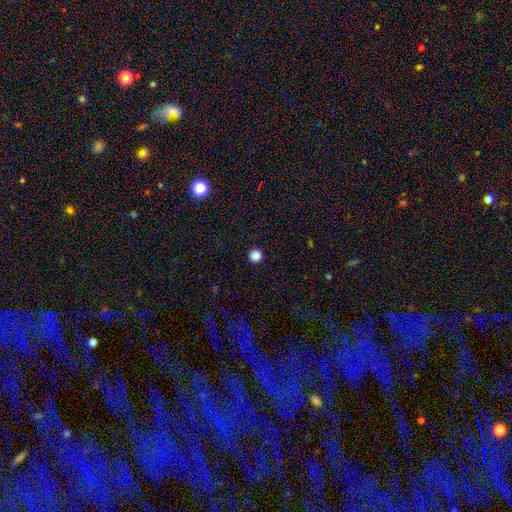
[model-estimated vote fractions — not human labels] A smooth galaxy with no disk features (86%) that is round (96%).

Vote fractions:
- Smooth or featured? smooth: 86% / star or artifact: 12% / featured or disk: 2%
- How rounded? round: 96% / in between: 3% / cigar-shaped: 1%
- Merging? none: 94% / minor disturbance: 4% / major disturbance: 2% / merger: 1%